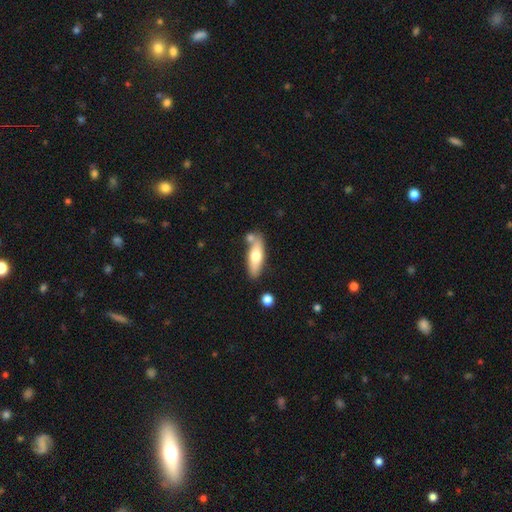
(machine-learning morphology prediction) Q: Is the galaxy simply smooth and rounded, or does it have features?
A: smooth — 63%.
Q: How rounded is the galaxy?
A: in between — 51%.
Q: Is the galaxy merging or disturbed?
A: none — 67%.